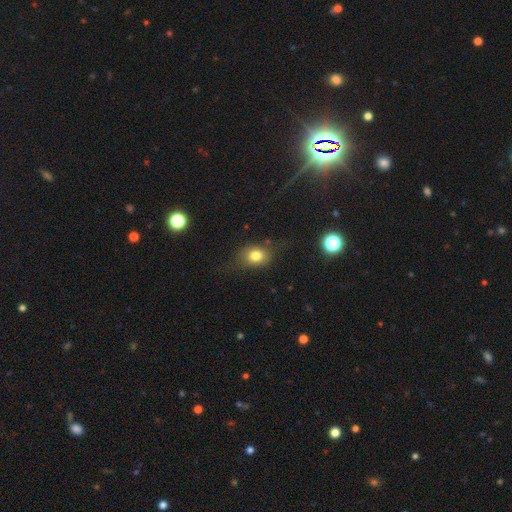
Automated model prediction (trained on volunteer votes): This is likely a smooth galaxy (77%). How rounded: possibly in between (51%). Merging: likely none (68%).